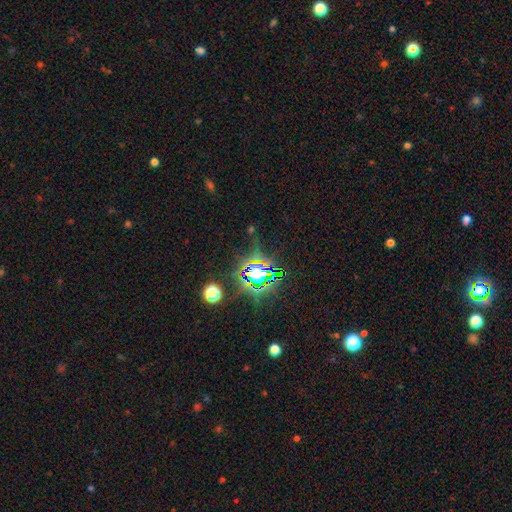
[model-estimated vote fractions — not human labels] smooth_or_featured: star or artifact (p=0.79) [alt: smooth p=0.12]